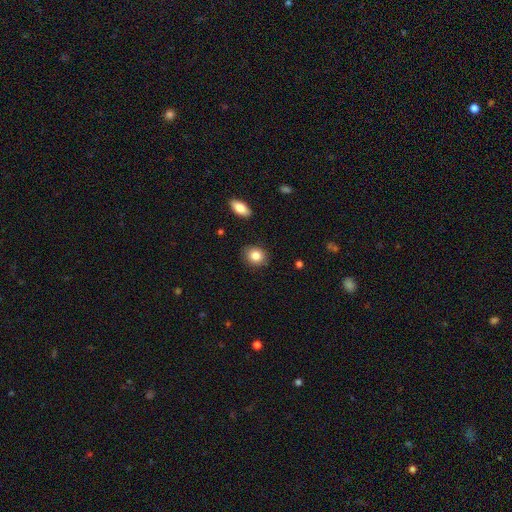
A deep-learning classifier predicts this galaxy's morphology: smooth_or_featured: smooth (p=0.84) [alt: star or artifact p=0.09]
how_rounded: round (p=0.67) [alt: in between p=0.32]
merging: none (p=0.88) [alt: minor disturbance p=0.09]